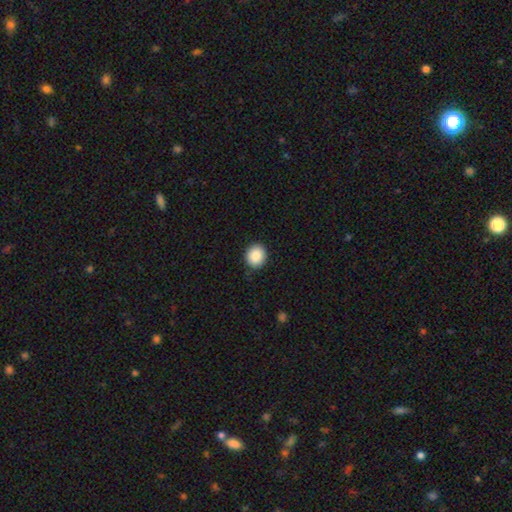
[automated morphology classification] This is clearly a smooth galaxy (88%). How rounded: likely round (78%). Merging: clearly none (88%).